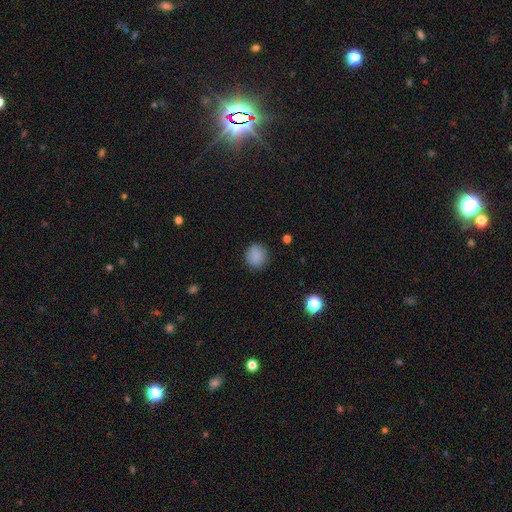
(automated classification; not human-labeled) Smooth or featured: smooth — 87% (star or artifact — 9%)
How rounded: round — 89% (in between — 10%)
Merging: none — 88% (minor disturbance — 9%)